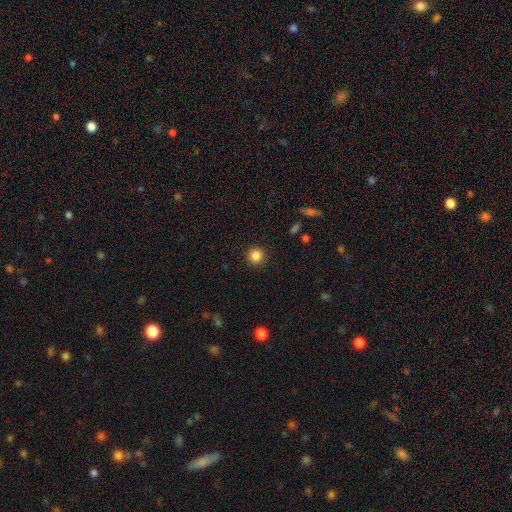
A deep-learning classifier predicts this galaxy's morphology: A smooth galaxy with no disk features (86%) that is round (95%).

Vote fractions:
- Smooth or featured? smooth: 86% / star or artifact: 11% / featured or disk: 4%
- How rounded? round: 95% / in between: 4% / cigar-shaped: 1%
- Merging? none: 92% / minor disturbance: 5% / major disturbance: 2% / merger: 1%